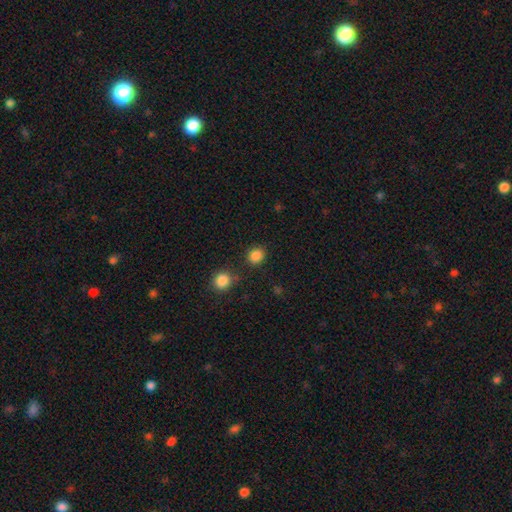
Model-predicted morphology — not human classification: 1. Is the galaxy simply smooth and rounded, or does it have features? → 85% smooth, 11% star or artifact, 3% featured or disk.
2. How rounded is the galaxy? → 75% round, 24% in between, 1% cigar-shaped.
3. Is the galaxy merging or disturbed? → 79% none, 10% minor disturbance, 7% merger, 4% major disturbance.